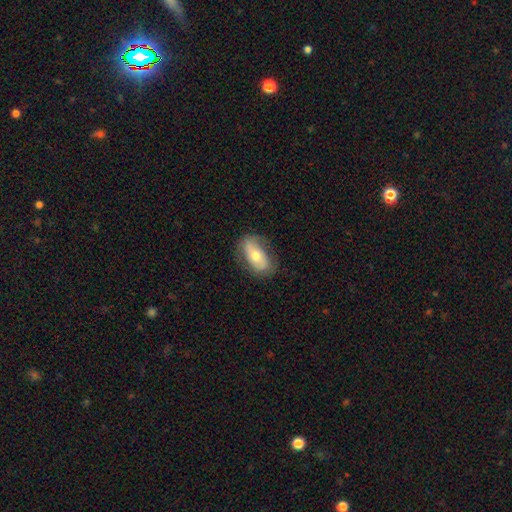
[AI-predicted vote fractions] Smooth or featured? Predicted: smooth (p=0.58). How rounded? Predicted: in between (p=0.89). Merging? Predicted: none (p=0.75).